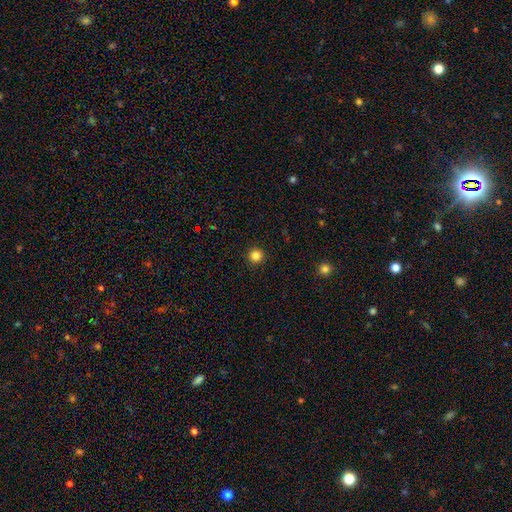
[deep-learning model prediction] smooth 83%, star or artifact 13%, featured or disk 4%. Down the decision tree: how rounded — round (96%); merging — none (93%).